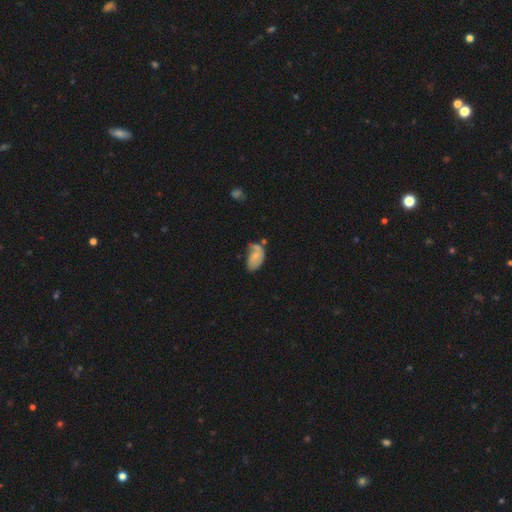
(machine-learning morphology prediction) smooth_or_featured: smooth (p=0.48) [alt: featured or disk p=0.44]
merging: none (p=0.34) [alt: minor disturbance p=0.33]